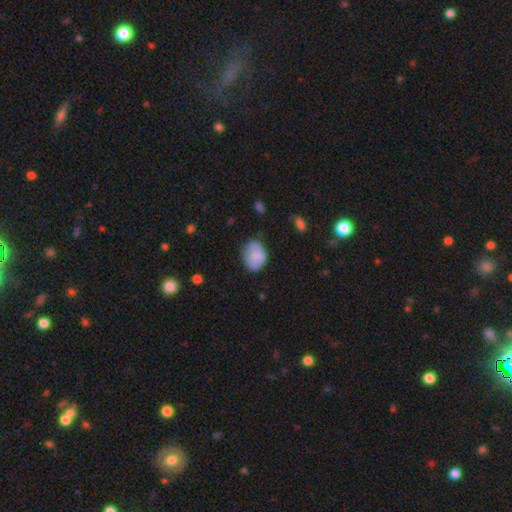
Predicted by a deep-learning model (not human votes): A smooth galaxy with no disk features (77%) that is in between round and cigar-shaped (61%).

Vote fractions:
- Smooth or featured? smooth: 77% / featured or disk: 15% / star or artifact: 8%
- How rounded? in between: 61% / round: 38% / cigar-shaped: 1%
- Merging? none: 64% / minor disturbance: 27% / major disturbance: 7% / merger: 2%